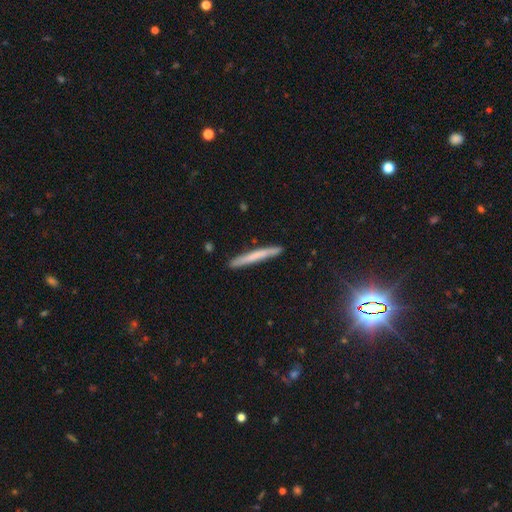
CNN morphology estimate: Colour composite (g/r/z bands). It shows a smooth galaxy with no disk features (62%) that is cigar-shaped (97%). Merging: none (89%).